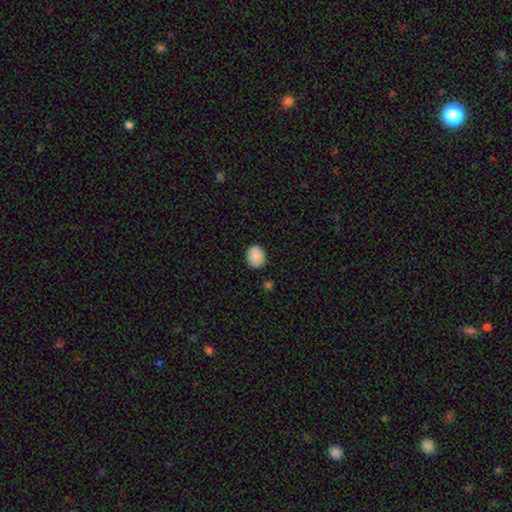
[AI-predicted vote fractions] Smooth or featured: smooth — 89% (star or artifact — 8%)
How rounded: round — 53% (in between — 46%)
Merging: none — 87% (minor disturbance — 9%)